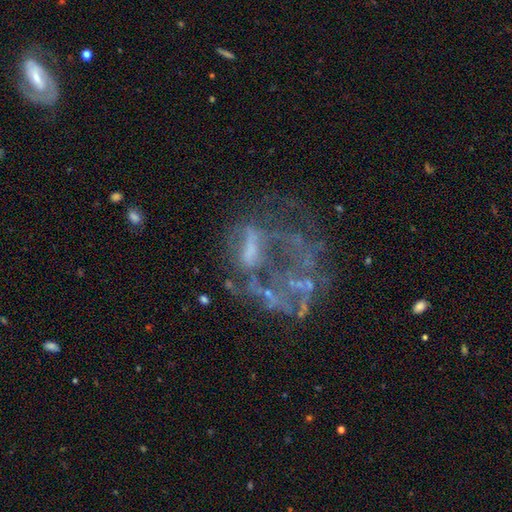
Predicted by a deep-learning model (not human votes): This is likely a featured or disk galaxy (62%). It is clearly not viewed edge-on (97%). Bar: clearly no (82%). Spiral arm pattern: clearly no (82%). Central bulge: likely none (73%). Merging: marginally major disturbance (39%).